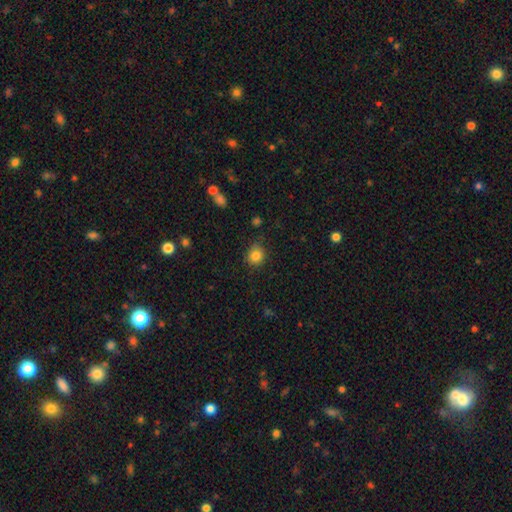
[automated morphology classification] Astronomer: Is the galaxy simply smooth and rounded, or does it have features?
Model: smooth — 83%.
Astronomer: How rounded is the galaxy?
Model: round — 84%.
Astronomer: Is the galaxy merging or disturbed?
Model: none — 78%.